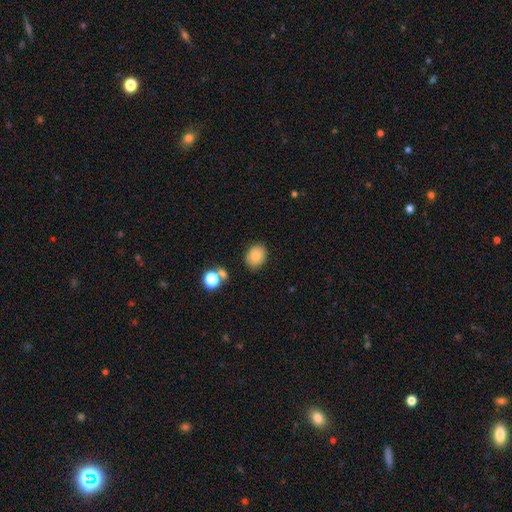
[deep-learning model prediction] smooth 80%, featured or disk 10%, star or artifact 10%. Down the decision tree: how rounded — round (50%); merging — none (83%).